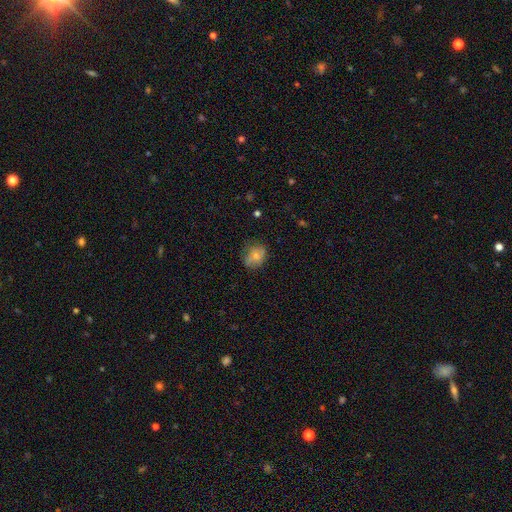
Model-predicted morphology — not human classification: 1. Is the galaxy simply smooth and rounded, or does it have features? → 73% smooth, 18% featured or disk, 9% star or artifact.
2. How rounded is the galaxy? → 51% in between, 48% round, 1% cigar-shaped.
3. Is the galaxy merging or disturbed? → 64% none, 26% minor disturbance, 8% major disturbance, 2% merger.